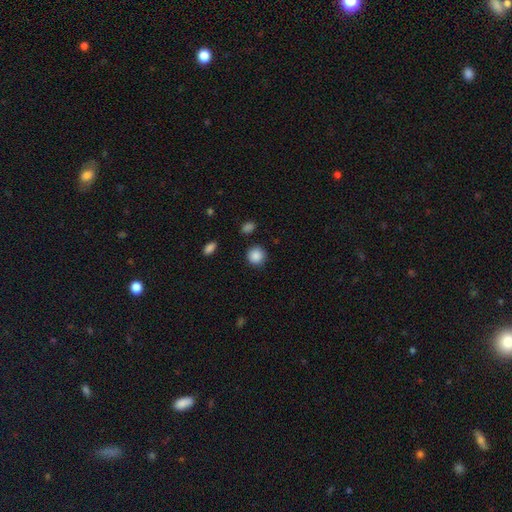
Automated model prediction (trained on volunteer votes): A smooth galaxy with no disk features (89%) that is round (92%).

Vote fractions:
- Smooth or featured? smooth: 89% / star or artifact: 9% / featured or disk: 3%
- How rounded? round: 92% / in between: 7% / cigar-shaped: 1%
- Merging? none: 87% / minor disturbance: 8% / major disturbance: 3% / merger: 2%